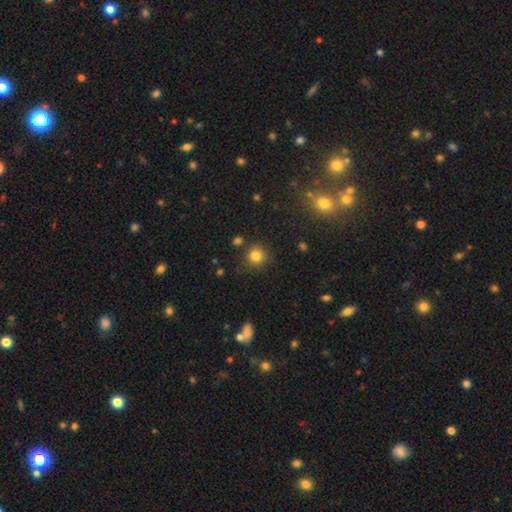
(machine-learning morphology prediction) smooth_or_featured: smooth (p=0.81) [alt: star or artifact p=0.13]
how_rounded: round (p=0.91) [alt: in between p=0.08]
merging: none (p=0.82) [alt: minor disturbance p=0.10]